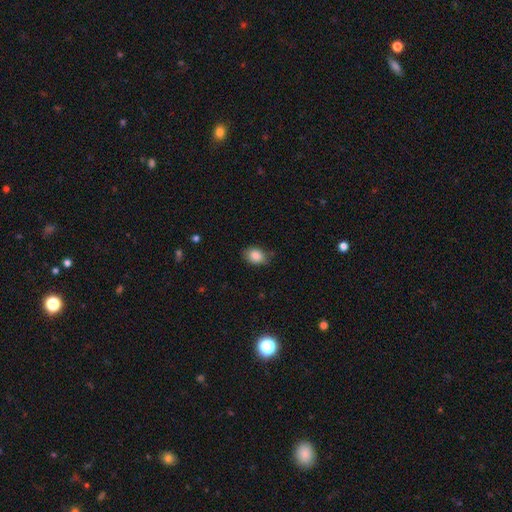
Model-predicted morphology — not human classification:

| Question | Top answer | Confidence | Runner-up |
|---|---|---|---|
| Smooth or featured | smooth | 87% | star or artifact (8%) |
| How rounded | in between | 70% | round (29%) |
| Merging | none | 75% | minor disturbance (19%) |